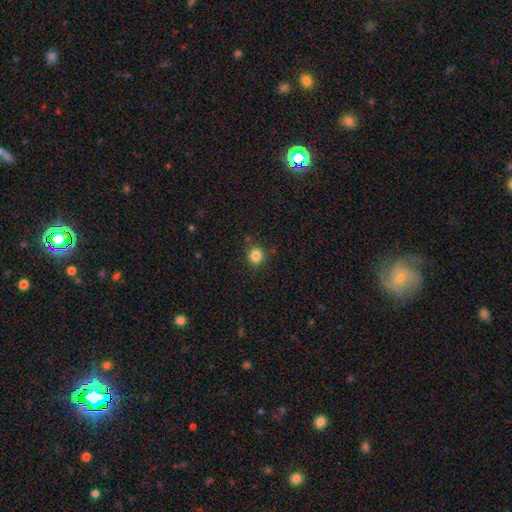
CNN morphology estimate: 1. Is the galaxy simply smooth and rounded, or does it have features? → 83% smooth, 12% star or artifact, 5% featured or disk.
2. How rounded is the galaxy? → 87% round, 12% in between, 1% cigar-shaped.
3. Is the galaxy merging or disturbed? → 86% none, 9% minor disturbance, 3% major disturbance, 2% merger.